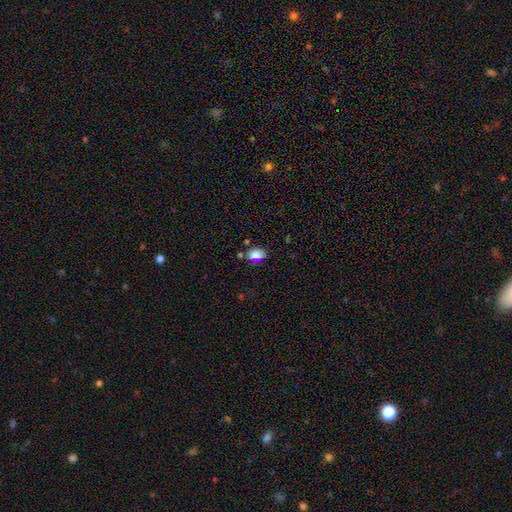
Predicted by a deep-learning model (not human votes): Smooth or featured? Predicted: smooth (p=0.83). How rounded? Predicted: in between (p=0.77). Merging? Predicted: none (p=0.71).